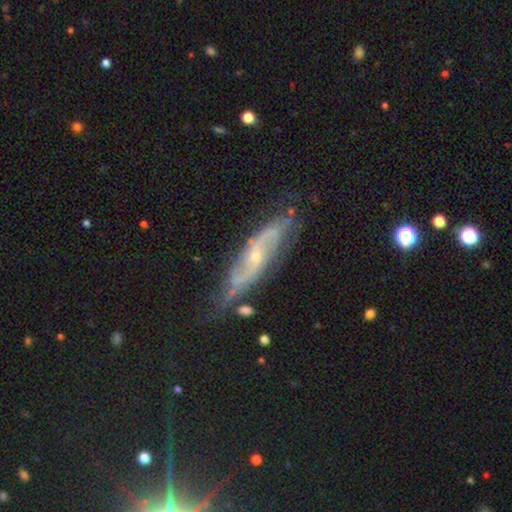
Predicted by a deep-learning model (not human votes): smooth_or_featured: featured or disk (p=0.80) [alt: smooth p=0.12]
disk_edge_on: no (p=0.77) [alt: yes p=0.23]
bar: no (p=0.51) [alt: weak p=0.38]
has_spiral_arms: yes (p=0.92) [alt: no p=0.08]
spiral_winding: medium (p=0.41) [alt: loose p=0.36]
spiral_arm_count: 2 (p=0.74) [alt: can't tell p=0.16]
bulge_size: small (p=0.69) [alt: moderate p=0.27]
merging: none (p=0.67) [alt: minor disturbance p=0.23]